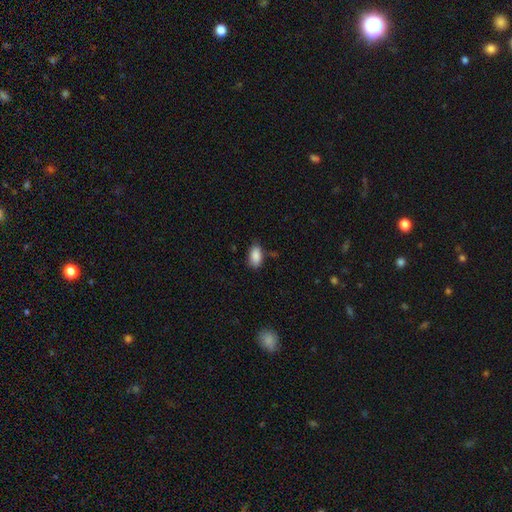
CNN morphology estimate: This appears to be a smooth galaxy with no disk features (89%) that is in between round and cigar-shaped (92%). Merging: none (75%).